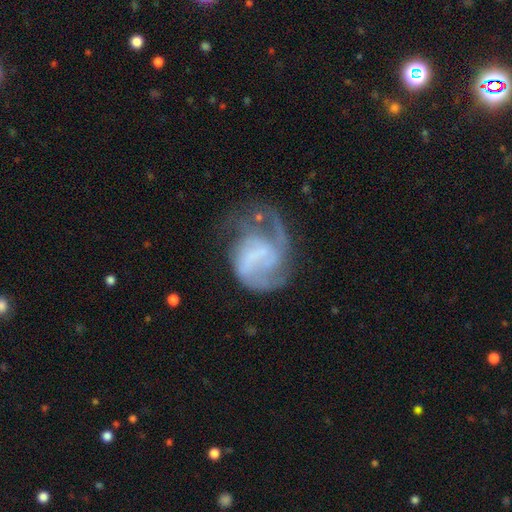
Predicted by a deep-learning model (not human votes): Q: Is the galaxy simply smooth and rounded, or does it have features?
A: featured or disk — 78%.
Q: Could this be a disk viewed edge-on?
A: no — 98%.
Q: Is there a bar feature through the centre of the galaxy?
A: weak — 41%.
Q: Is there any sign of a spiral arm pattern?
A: yes — 88%.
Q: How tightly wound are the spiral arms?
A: medium — 43%.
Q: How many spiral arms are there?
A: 2 — 46%.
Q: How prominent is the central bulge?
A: none — 58%.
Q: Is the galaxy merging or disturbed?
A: none — 40%.